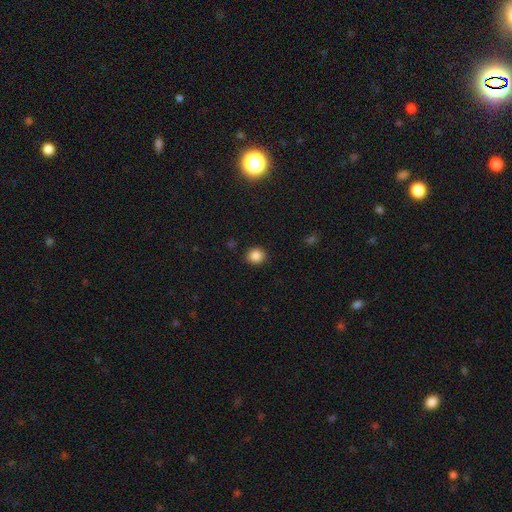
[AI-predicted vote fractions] Smooth or featured?
  - smooth: 85% *
  - star or artifact: 11%
  - featured or disk: 5%
How rounded?
  - round: 83% *
  - in between: 16%
  - cigar-shaped: 1%
Merging?
  - none: 90% *
  - minor disturbance: 7%
  - major disturbance: 2%
  - merger: 1%